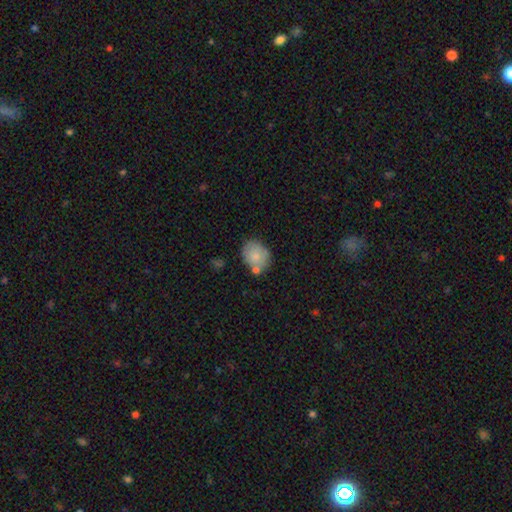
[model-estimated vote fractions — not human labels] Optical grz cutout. It shows a smooth galaxy with no disk features (81%) that is round (54%). Merging: none (63%).